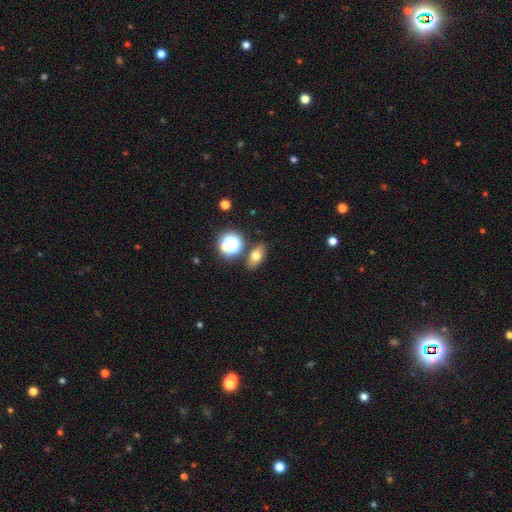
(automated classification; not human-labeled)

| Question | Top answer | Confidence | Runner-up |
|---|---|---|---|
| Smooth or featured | smooth | 65% | star or artifact (17%) |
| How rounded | in between | 74% | round (20%) |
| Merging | none | 79% | minor disturbance (10%) |